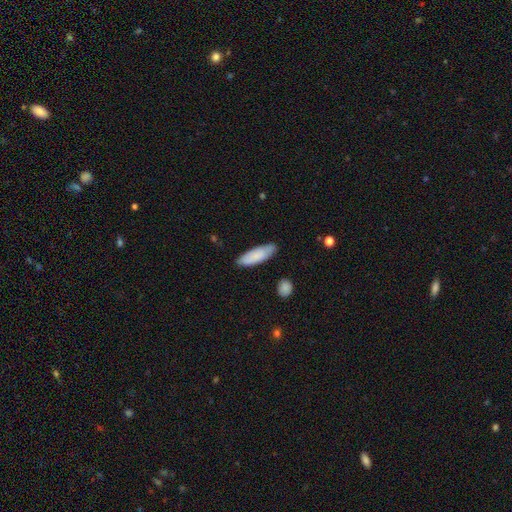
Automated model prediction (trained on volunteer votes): The model was most divided on "how rounded": in between: 58%, cigar-shaped: 40%, round: 2%. More confident: smooth or featured — smooth (82%); merging — none (76%).